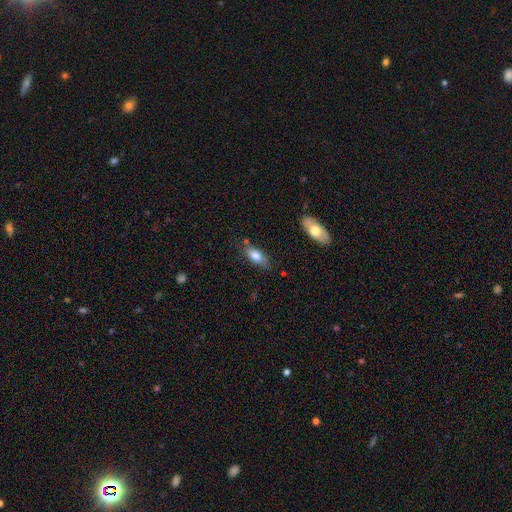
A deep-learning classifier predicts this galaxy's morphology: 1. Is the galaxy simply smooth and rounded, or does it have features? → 72% smooth, 21% featured or disk, 7% star or artifact.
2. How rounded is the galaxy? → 79% in between, 17% cigar-shaped, 4% round.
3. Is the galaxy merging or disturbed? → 70% none, 21% minor disturbance, 5% merger, 4% major disturbance.